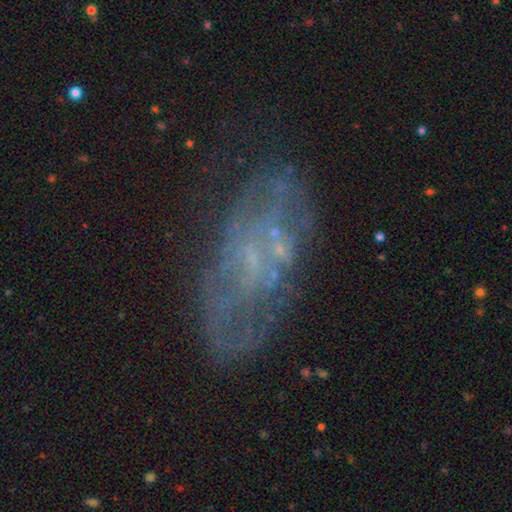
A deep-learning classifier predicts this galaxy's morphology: A featured or disk galaxy (66%) with no bar (73%), no spiral arms (55%) and no central bulge (55%).

Vote fractions:
- Smooth or featured? featured or disk: 66% / smooth: 20% / star or artifact: 14%
- Edge-on disk? no: 94% / yes: 6%
- Bar? no: 73% / weak: 21% / strong: 6%
- Spiral arms? no: 55% / yes: 45%
- Bulge size? none: 55% / small: 36% / moderate: 7% / large: 1% / dominant: 1%
- Merging? none: 64% / minor disturbance: 19% / major disturbance: 13% / merger: 4%